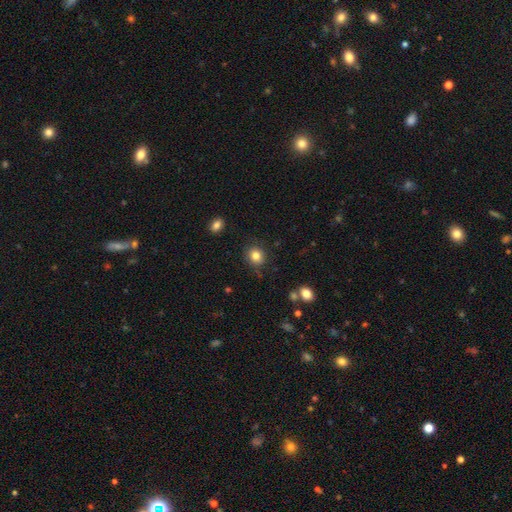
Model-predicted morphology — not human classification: Smooth or featured: smooth — 83% (star or artifact — 11%)
How rounded: round — 80% (in between — 19%)
Merging: none — 86% (minor disturbance — 10%)